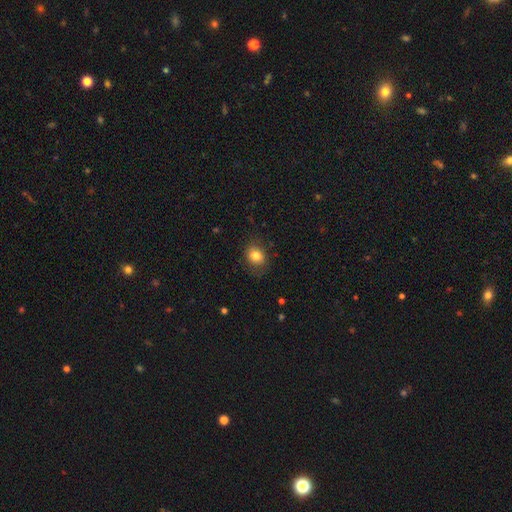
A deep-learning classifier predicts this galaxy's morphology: This is likely a smooth galaxy (79%). How rounded: possibly round (53%). Merging: likely none (76%).